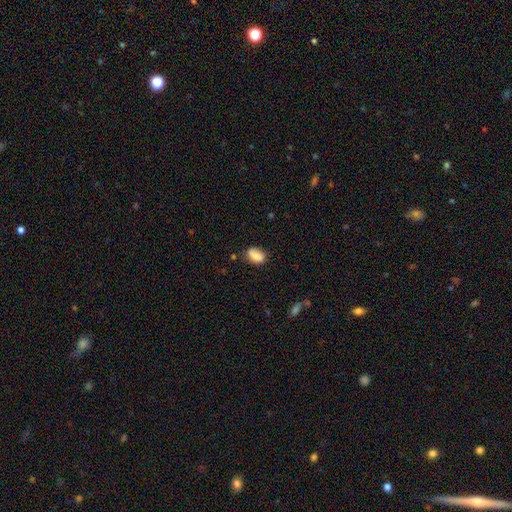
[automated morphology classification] A smooth galaxy with no disk features (78%) that is in between round and cigar-shaped (84%).

Vote fractions:
- Smooth or featured? smooth: 78% / featured or disk: 13% / star or artifact: 8%
- How rounded? in between: 84% / round: 14% / cigar-shaped: 2%
- Merging? none: 69% / minor disturbance: 21% / merger: 5% / major disturbance: 5%